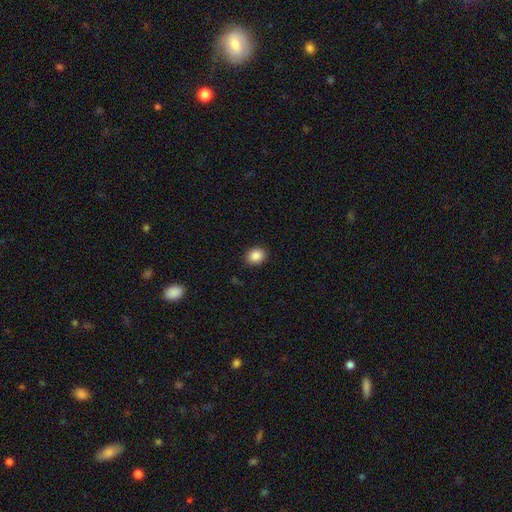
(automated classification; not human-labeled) Q: Smooth or featured?
A: smooth (87%); runner-up: star or artifact (9%)
Q: How rounded?
A: round (60%); runner-up: in between (40%)
Q: Merging?
A: none (88%); runner-up: minor disturbance (8%)